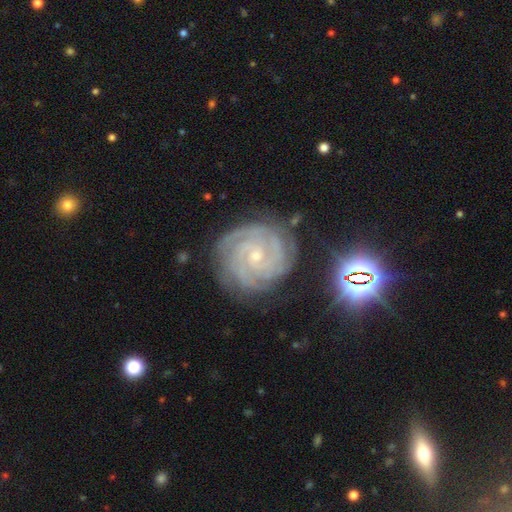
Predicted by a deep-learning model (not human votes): featured or disk 89%, star or artifact 7%, smooth 5%. Down the decision tree: edge-on disk — no (98%); bar — no (68%); spiral arms — yes (98%); spiral arm count — 3 (29%); spiral winding — tight (83%); bulge size — small (78%); merging — none (78%).